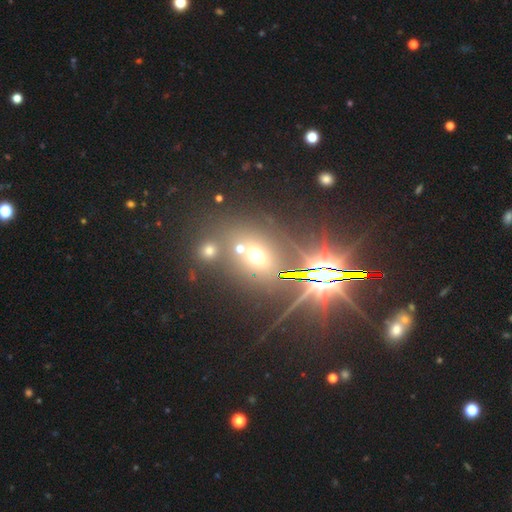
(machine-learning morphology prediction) This appears to be a smooth galaxy with no disk features (44%). Merging: none (67%).